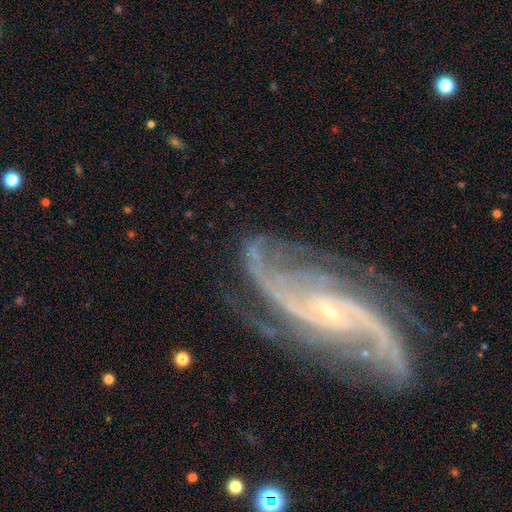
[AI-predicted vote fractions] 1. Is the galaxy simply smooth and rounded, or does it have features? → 79% featured or disk, 11% star or artifact, 10% smooth.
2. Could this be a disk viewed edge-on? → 95% no, 5% yes.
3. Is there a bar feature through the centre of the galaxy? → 40% no, 33% weak, 27% strong.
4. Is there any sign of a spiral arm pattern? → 90% yes, 10% no.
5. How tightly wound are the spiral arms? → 40% medium, 38% tight, 22% loose.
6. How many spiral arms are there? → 41% 2, 21% can't tell, 13% 3, 9% 1, 8% 4, 8% more than 4.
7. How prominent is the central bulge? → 68% small, 21% moderate, 6% none, 3% large, 2% dominant.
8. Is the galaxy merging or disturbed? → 53% none, 25% major disturbance, 17% minor disturbance, 6% merger.